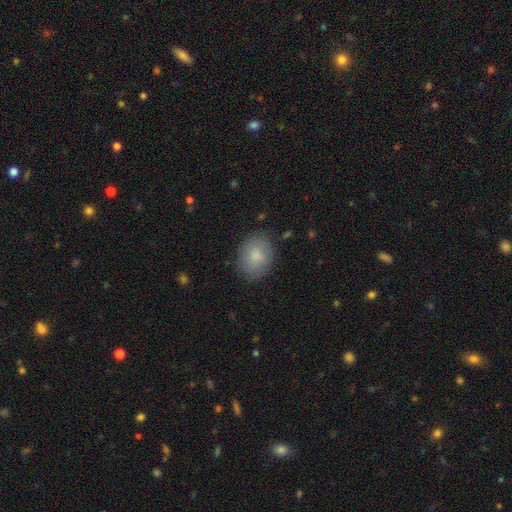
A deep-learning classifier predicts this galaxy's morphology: Smooth or featured? Predicted: smooth (p=0.84). How rounded? Predicted: in between (p=0.62). Merging? Predicted: none (p=0.83).